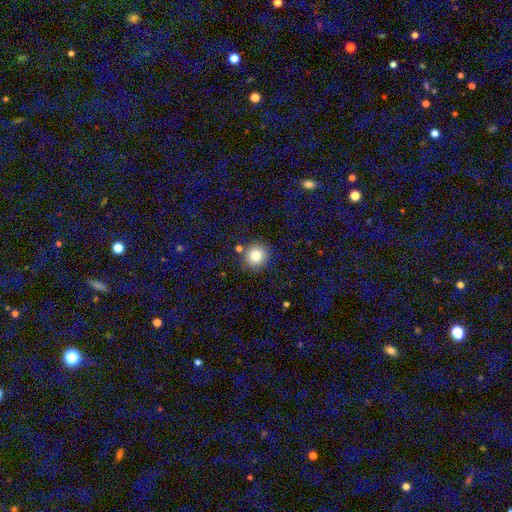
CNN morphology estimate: type=smooth (81%); roundness=round (93%); merging=none (85%).